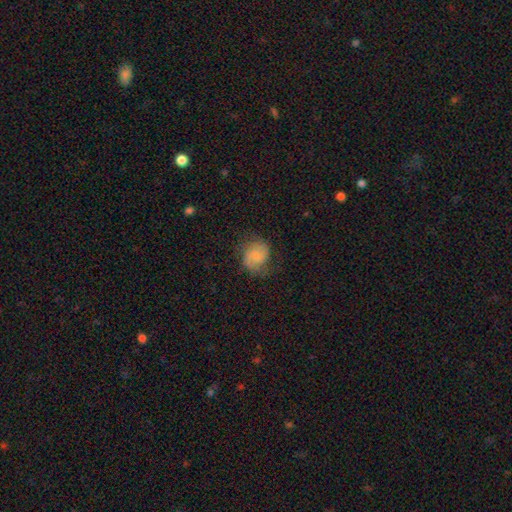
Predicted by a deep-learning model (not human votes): A featured or disk galaxy (51%).

Vote fractions:
- Smooth or featured? featured or disk: 51% / smooth: 40% / star or artifact: 9%
- Edge-on disk? no: 98% / yes: 2%
- Merging? none: 67% / minor disturbance: 21% / major disturbance: 11% / merger: 1%